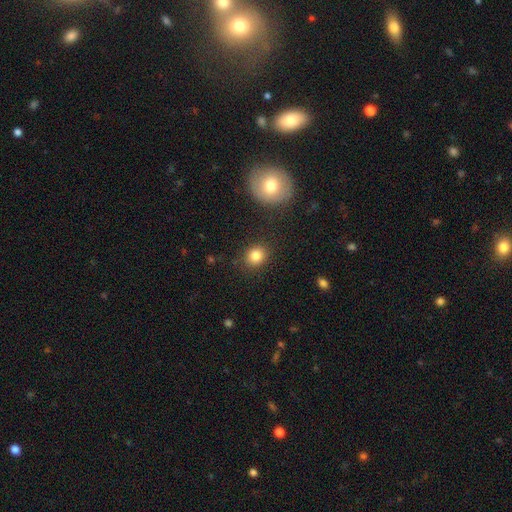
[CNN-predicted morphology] Smooth or featured: smooth — 84% (star or artifact — 10%)
How rounded: round — 70% (in between — 29%)
Merging: none — 87% (minor disturbance — 8%)